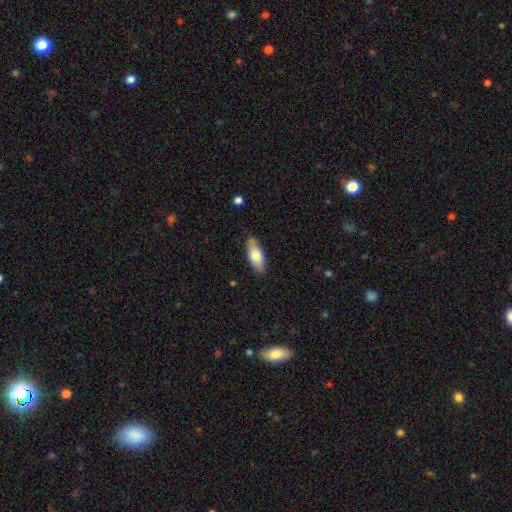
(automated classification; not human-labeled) smooth_or_featured: smooth (p=0.74) [alt: featured or disk p=0.20]
how_rounded: in between (p=0.76) [alt: cigar-shaped p=0.22]
merging: none (p=0.77) [alt: minor disturbance p=0.18]